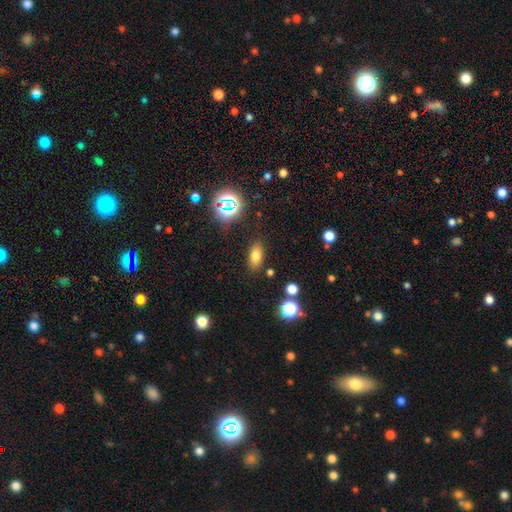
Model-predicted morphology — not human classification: A smooth galaxy with no disk features (74%) that is in between round and cigar-shaped (84%). Merging: none (84%).